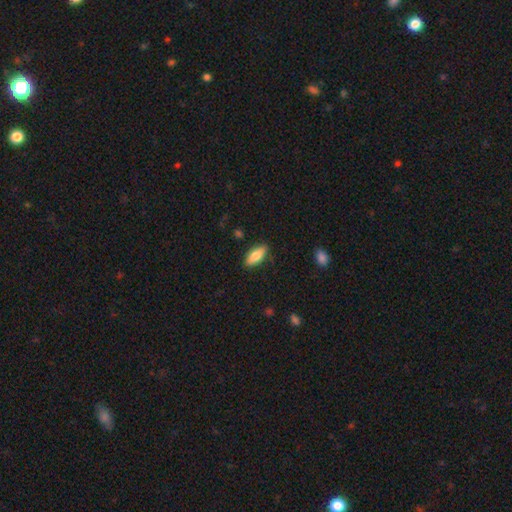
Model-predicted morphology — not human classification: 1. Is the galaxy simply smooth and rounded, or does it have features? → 77% smooth, 17% featured or disk, 6% star or artifact.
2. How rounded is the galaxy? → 79% in between, 19% cigar-shaped, 2% round.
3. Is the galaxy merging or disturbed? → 86% none, 11% minor disturbance, 2% major disturbance, 1% merger.